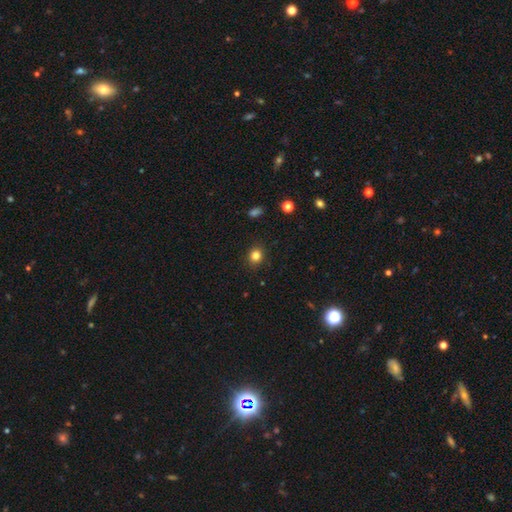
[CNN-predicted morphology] A smooth galaxy with no disk features (82%) that is round (78%).

Vote fractions:
- Smooth or featured? smooth: 82% / star or artifact: 13% / featured or disk: 5%
- How rounded? round: 78% / in between: 21% / cigar-shaped: 1%
- Merging? none: 90% / minor disturbance: 7% / major disturbance: 2% / merger: 1%